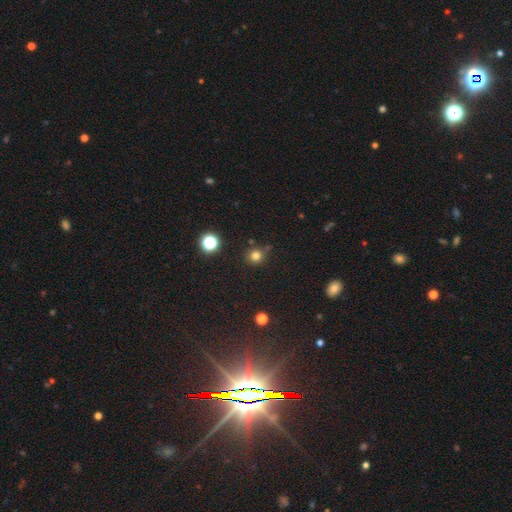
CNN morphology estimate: This is likely a smooth galaxy (78%). How rounded: clearly round (91%). Merging: likely none (78%).